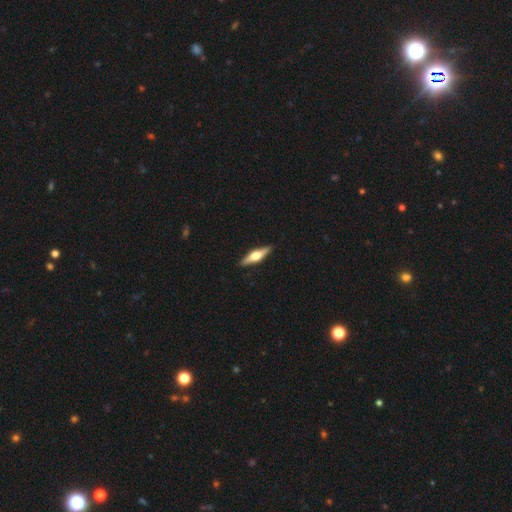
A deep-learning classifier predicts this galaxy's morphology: type=featured or disk (62%); edge-on=yes (96%); edge-on bulge=rounded (93%); merging=none (91%).